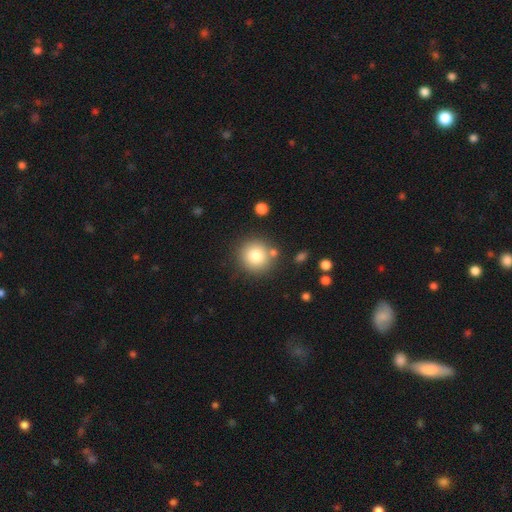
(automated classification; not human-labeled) A smooth galaxy with no disk features (79%) that is round (92%). Merging: none (80%).